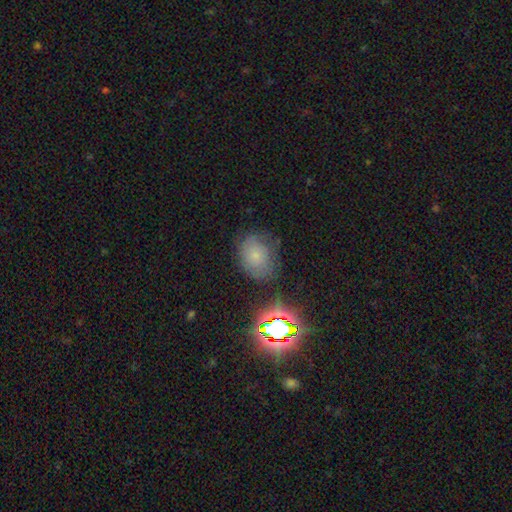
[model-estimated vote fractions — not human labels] Morphology: type=smooth (60%); roundness=in between (60%); merging=none (68%).